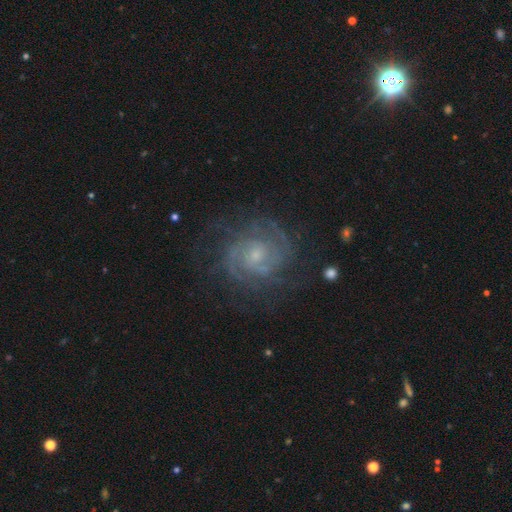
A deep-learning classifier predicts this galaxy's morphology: Q: Smooth or featured?
A: featured or disk (86%); runner-up: star or artifact (7%)
Q: Edge-on disk?
A: no (98%); runner-up: yes (2%)
Q: Bar?
A: no (64%); runner-up: weak (30%)
Q: Spiral arms?
A: yes (96%); runner-up: no (4%)
Q: Spiral winding?
A: tight (64%); runner-up: medium (30%)
Q: Spiral arm count?
A: 2 (43%); runner-up: can't tell (23%)
Q: Bulge size?
A: small (65%); runner-up: moderate (29%)
Q: Merging?
A: none (75%); runner-up: minor disturbance (15%)